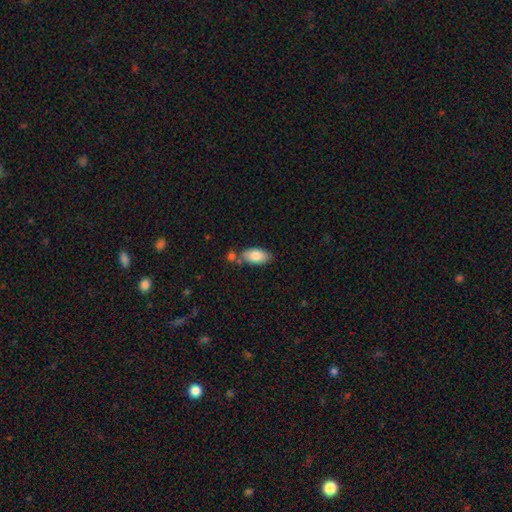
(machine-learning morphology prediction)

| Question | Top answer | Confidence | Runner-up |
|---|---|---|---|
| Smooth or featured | smooth | 83% | featured or disk (11%) |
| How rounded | in between | 93% | cigar-shaped (4%) |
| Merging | none | 64% | merger (17%) |